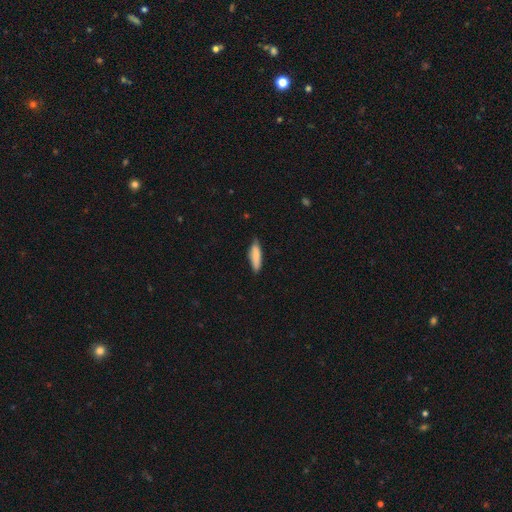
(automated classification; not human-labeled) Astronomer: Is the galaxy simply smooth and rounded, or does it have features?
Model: smooth — 82%.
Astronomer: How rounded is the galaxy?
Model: cigar-shaped — 62%.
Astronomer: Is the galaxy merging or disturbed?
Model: none — 79%.